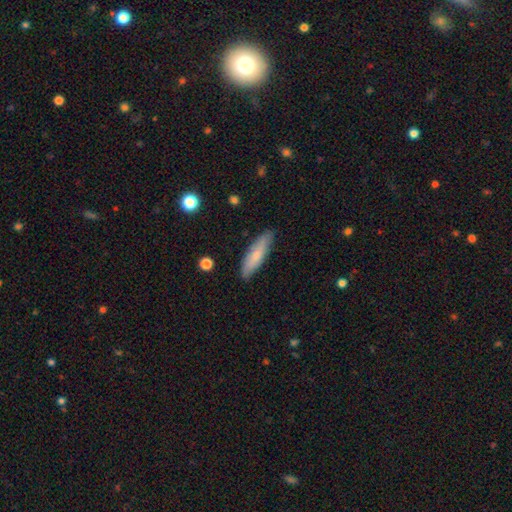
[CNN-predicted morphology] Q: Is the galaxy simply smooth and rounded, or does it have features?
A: smooth — 74%.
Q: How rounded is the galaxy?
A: cigar-shaped — 69%.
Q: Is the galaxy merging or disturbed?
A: none — 85%.